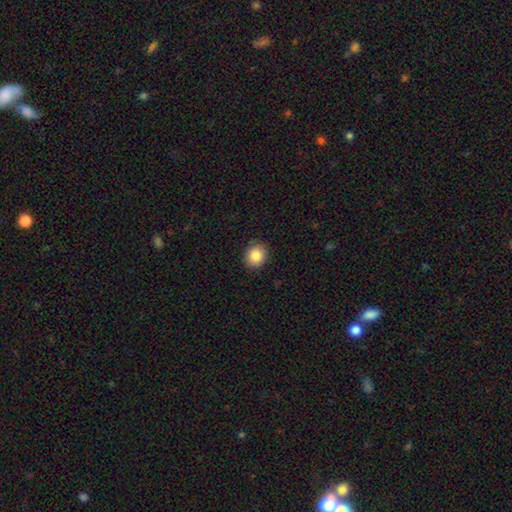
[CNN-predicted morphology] smooth-or-featured: smooth: 86% | star or artifact: 9% | featured or disk: 6%
  how-rounded: round: 71% | in between: 28% | cigar-shaped: 1%
  merging: none: 88% | minor disturbance: 9% | major disturbance: 2% | merger: 1%